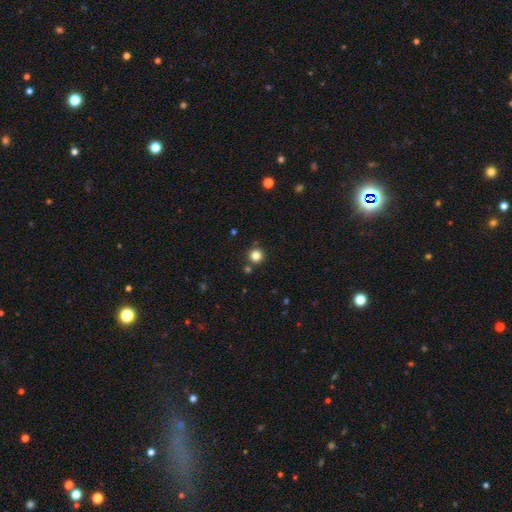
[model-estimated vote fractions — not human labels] Smooth or featured: smooth — 82% (star or artifact — 13%)
How rounded: round — 95% (in between — 4%)
Merging: none — 86% (minor disturbance — 6%)